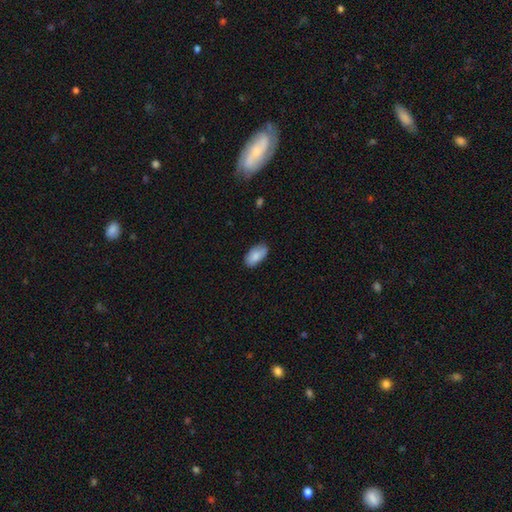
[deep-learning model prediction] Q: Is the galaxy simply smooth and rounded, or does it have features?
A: smooth — 84%.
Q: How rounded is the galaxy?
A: in between — 94%.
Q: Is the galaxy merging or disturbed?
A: none — 78%.